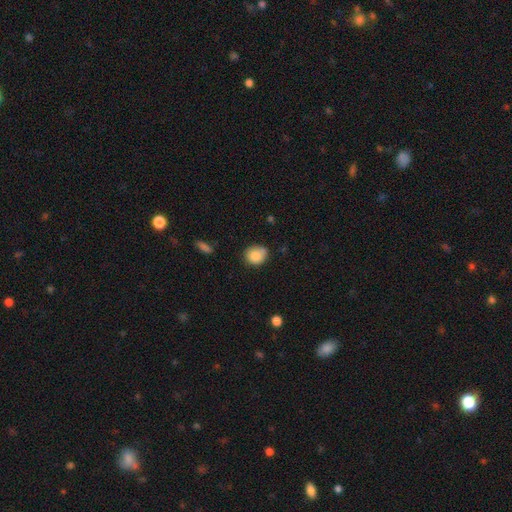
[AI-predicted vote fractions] A smooth galaxy with no disk features (84%) that is round (69%).

Vote fractions:
- Smooth or featured? smooth: 84% / star or artifact: 9% / featured or disk: 8%
- How rounded? round: 69% / in between: 30% / cigar-shaped: 1%
- Merging? none: 64% / minor disturbance: 27% / major disturbance: 5% / merger: 4%